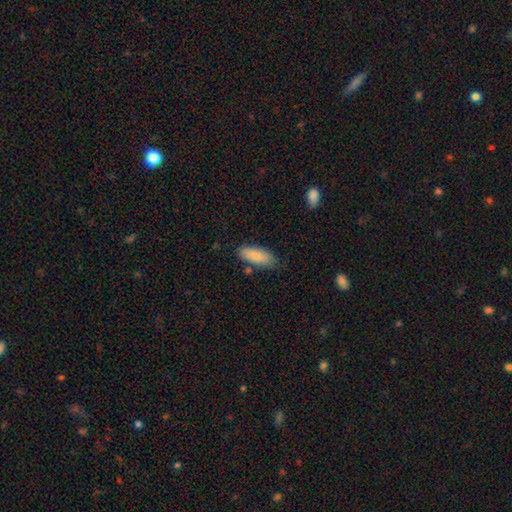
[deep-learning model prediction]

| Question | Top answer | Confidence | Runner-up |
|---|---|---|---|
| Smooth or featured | smooth | 84% | featured or disk (10%) |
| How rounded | in between | 78% | cigar-shaped (20%) |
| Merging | none | 74% | minor disturbance (19%) |